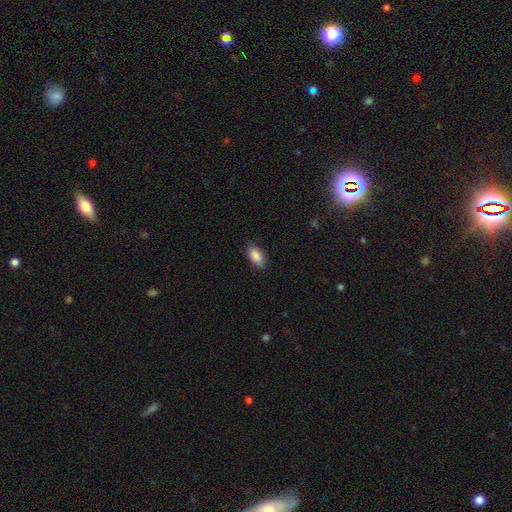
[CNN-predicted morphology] A smooth galaxy with no disk features (89%) that is in between round and cigar-shaped (92%). Merging: none (84%).